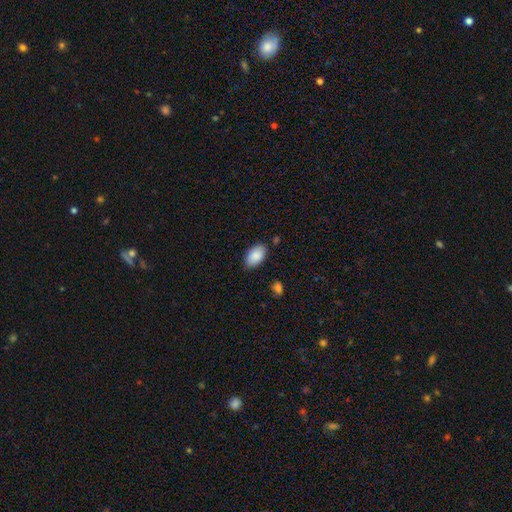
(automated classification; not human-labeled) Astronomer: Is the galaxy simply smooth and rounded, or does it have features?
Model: smooth — 88%.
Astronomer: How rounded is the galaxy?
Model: in between — 94%.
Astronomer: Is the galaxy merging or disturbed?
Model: none — 83%.